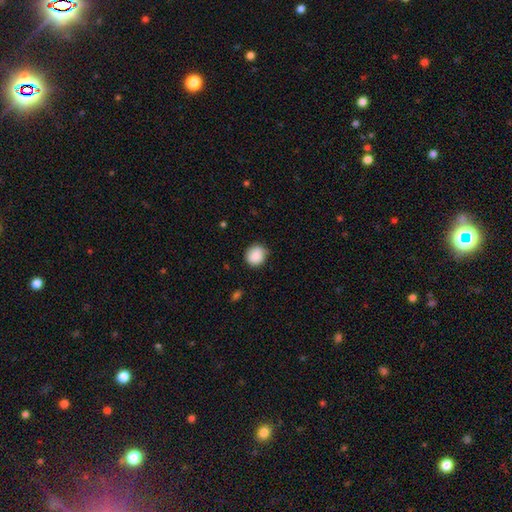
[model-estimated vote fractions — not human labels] A smooth galaxy with no disk features (88%) that is round (84%).

Vote fractions:
- Smooth or featured? smooth: 88% / star or artifact: 8% / featured or disk: 4%
- How rounded? round: 84% / in between: 15% / cigar-shaped: 1%
- Merging? none: 81% / minor disturbance: 14% / major disturbance: 3% / merger: 1%